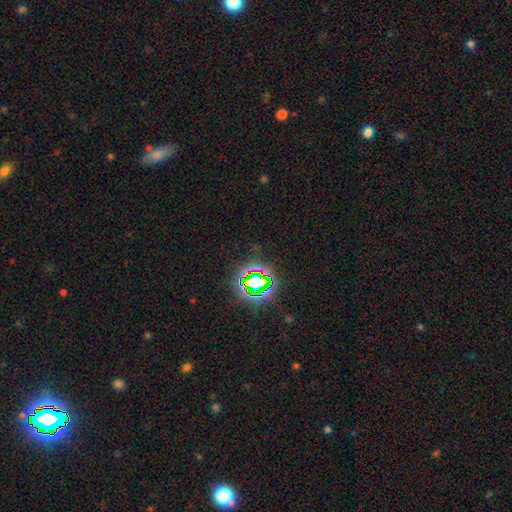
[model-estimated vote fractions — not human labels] star or artifact 77%, smooth 14%, featured or disk 9%.